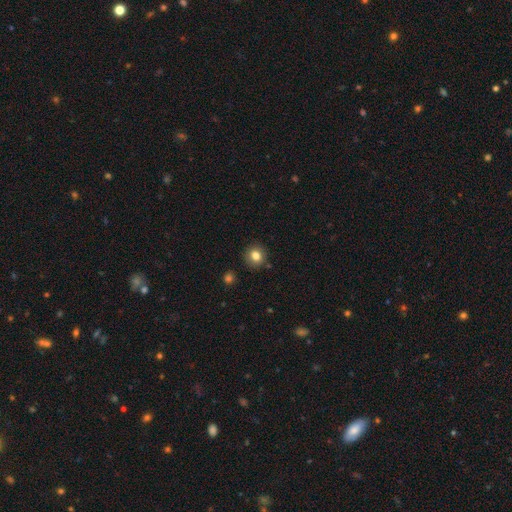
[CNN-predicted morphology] Smooth or featured?
  - smooth: 82% *
  - star or artifact: 11%
  - featured or disk: 7%
How rounded?
  - round: 86% *
  - in between: 13%
  - cigar-shaped: 1%
Merging?
  - none: 88% *
  - minor disturbance: 8%
  - major disturbance: 2%
  - merger: 2%